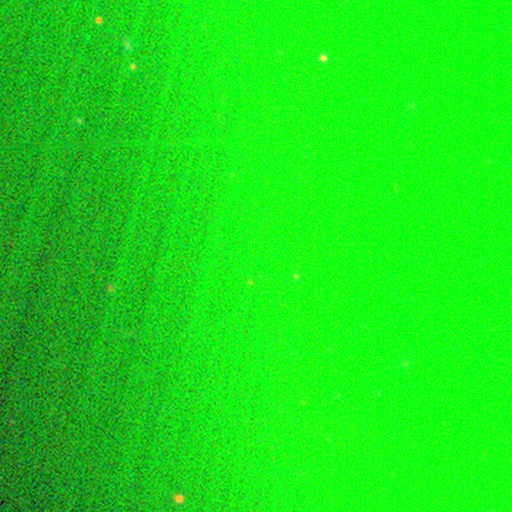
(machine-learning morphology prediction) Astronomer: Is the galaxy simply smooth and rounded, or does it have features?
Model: star or artifact — 78%.